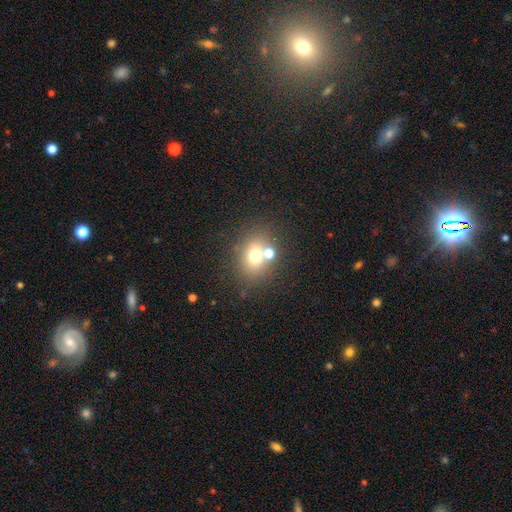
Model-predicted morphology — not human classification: This is likely a smooth galaxy (67%). How rounded: likely round (63%). Merging: possibly none (58%).